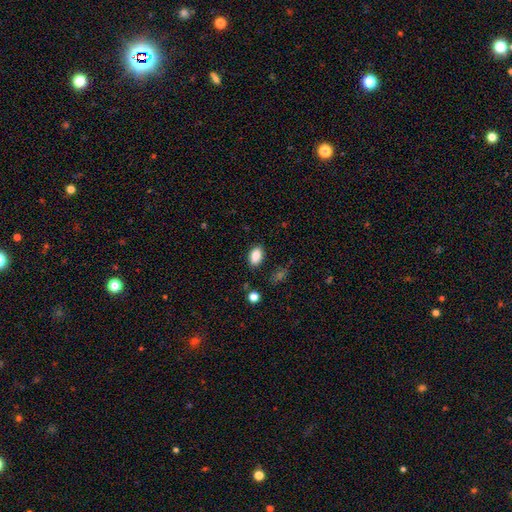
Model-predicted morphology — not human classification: This appears to be a smooth galaxy with no disk features (88%) that is in between round and cigar-shaped (90%). Merging: none (84%).